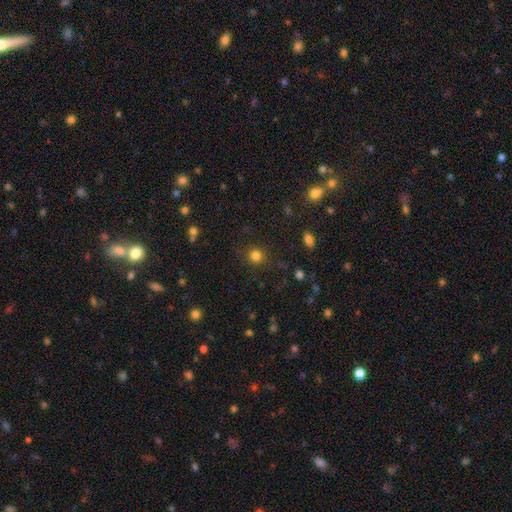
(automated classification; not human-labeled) A smooth galaxy with no disk features (82%) that is round (91%).

Vote fractions:
- Smooth or featured? smooth: 82% / star or artifact: 14% / featured or disk: 5%
- How rounded? round: 91% / in between: 8% / cigar-shaped: 1%
- Merging? none: 88% / minor disturbance: 8% / major disturbance: 3% / merger: 2%